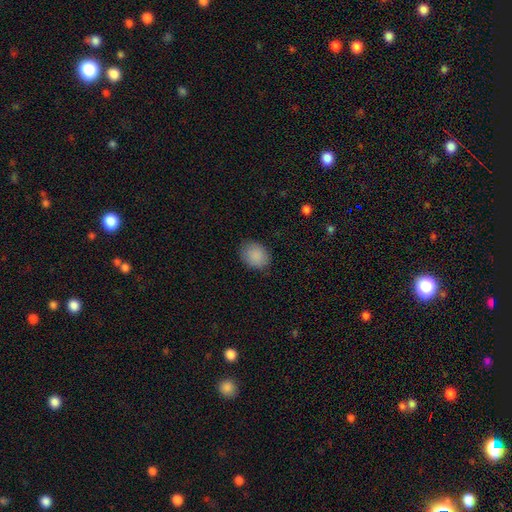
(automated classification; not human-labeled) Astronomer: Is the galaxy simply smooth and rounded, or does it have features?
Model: smooth — 89%.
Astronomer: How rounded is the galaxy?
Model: in between — 52% (runner-up: round, 47%).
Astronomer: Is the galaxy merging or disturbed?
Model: none — 84%.